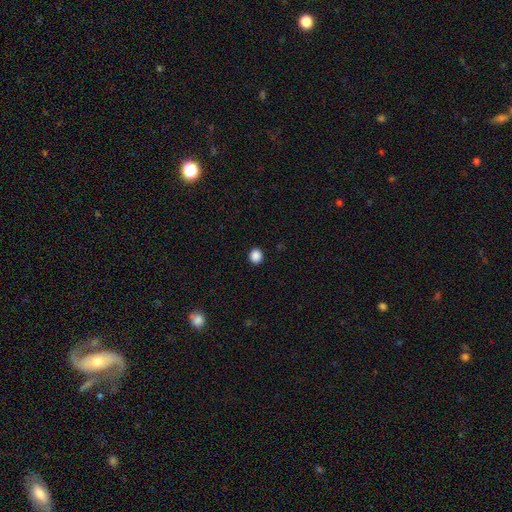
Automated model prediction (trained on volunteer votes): Morphology: type=smooth (88%); roundness=round (79%); merging=none (92%).